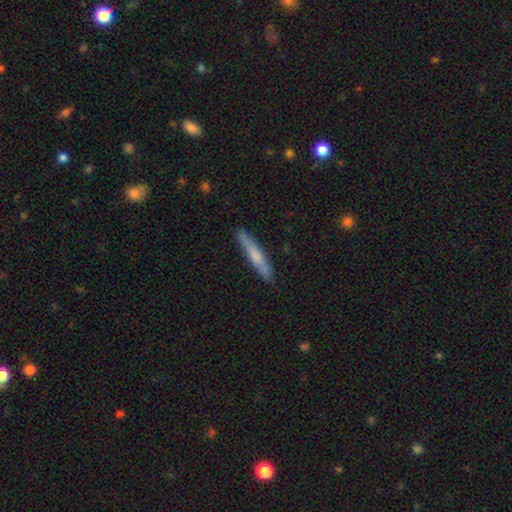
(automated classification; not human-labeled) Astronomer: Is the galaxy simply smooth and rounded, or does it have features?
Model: smooth — 58% (runner-up: featured or disk, 36%).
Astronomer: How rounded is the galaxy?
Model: cigar-shaped — 93%.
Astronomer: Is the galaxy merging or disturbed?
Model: none — 84%.